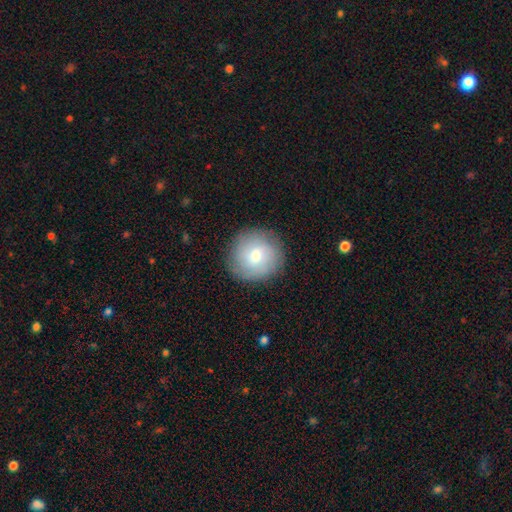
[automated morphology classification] Q: Smooth or featured?
A: smooth (65%); runner-up: featured or disk (26%)
Q: How rounded?
A: round (94%); runner-up: in between (5%)
Q: Merging?
A: none (88%); runner-up: minor disturbance (8%)